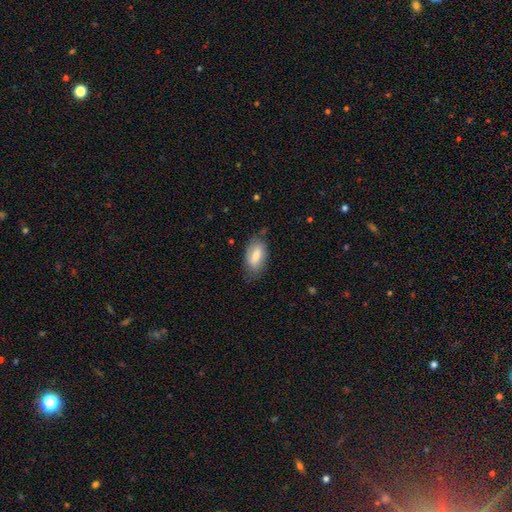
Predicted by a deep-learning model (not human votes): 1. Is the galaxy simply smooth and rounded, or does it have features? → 70% smooth, 24% featured or disk, 6% star or artifact.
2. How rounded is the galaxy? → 91% in between, 6% cigar-shaped, 3% round.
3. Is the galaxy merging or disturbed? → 73% none, 21% minor disturbance, 5% major disturbance, 2% merger.